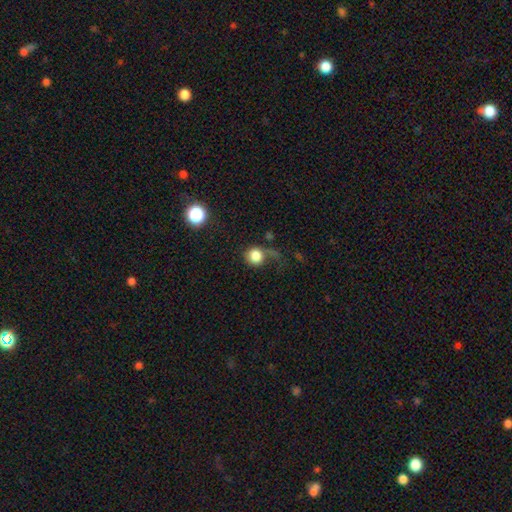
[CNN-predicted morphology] This is clearly a smooth galaxy (81%). How rounded: clearly round (85%). Merging: marginally none (41%).